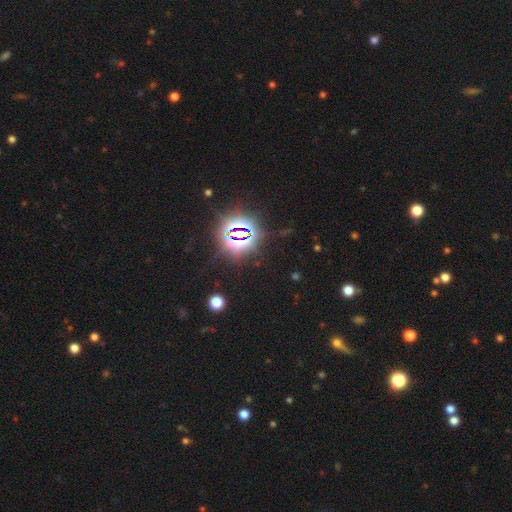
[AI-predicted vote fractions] Smooth or featured?
  - star or artifact: 85% *
  - smooth: 9%
  - featured or disk: 6%